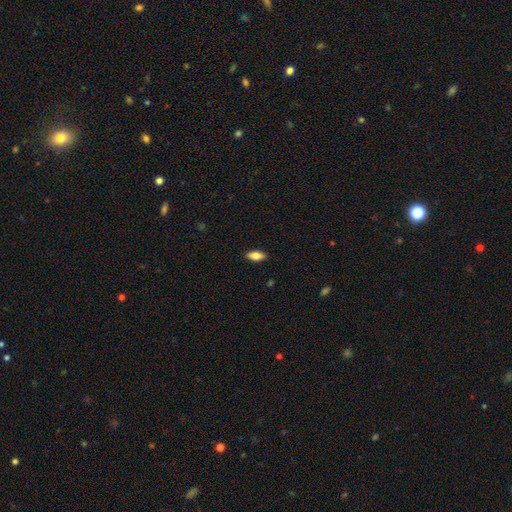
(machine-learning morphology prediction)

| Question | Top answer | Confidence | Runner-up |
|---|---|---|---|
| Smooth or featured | smooth | 77% | featured or disk (16%) |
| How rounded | in between | 84% | cigar-shaped (14%) |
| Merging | none | 89% | minor disturbance (8%) |